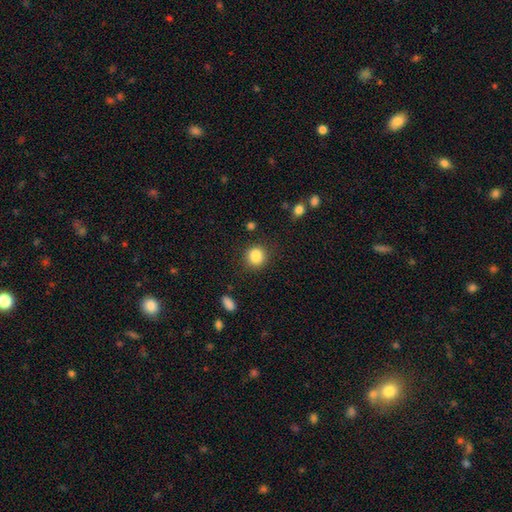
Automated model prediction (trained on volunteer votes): The model was most divided on "how rounded": round: 81%, in between: 18%, cigar-shaped: 1%. More confident: smooth or featured — smooth (86%); merging — none (80%).